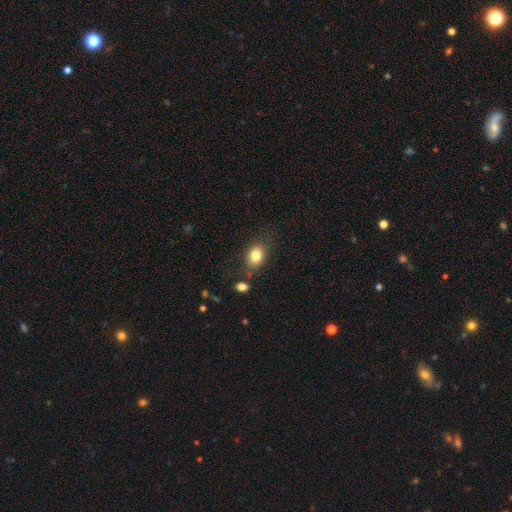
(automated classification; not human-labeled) A smooth galaxy with no disk features (81%) that is in between round and cigar-shaped (66%).

Vote fractions:
- Smooth or featured? smooth: 81% / featured or disk: 10% / star or artifact: 9%
- How rounded? in between: 66% / round: 33% / cigar-shaped: 1%
- Merging? none: 74% / minor disturbance: 16% / merger: 5% / major disturbance: 5%